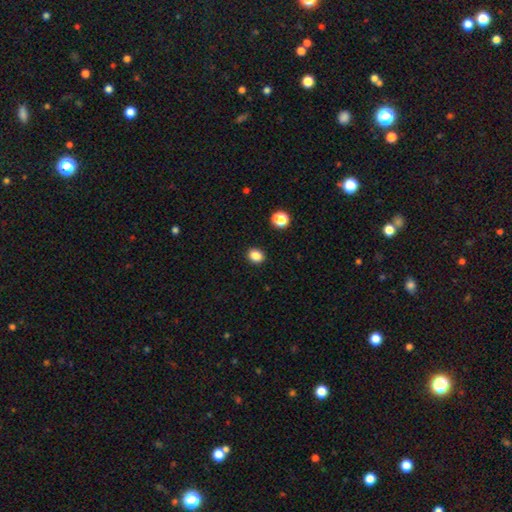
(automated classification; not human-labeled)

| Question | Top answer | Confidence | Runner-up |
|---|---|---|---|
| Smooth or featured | smooth | 86% | star or artifact (11%) |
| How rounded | round | 60% | in between (39%) |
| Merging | none | 91% | minor disturbance (6%) |